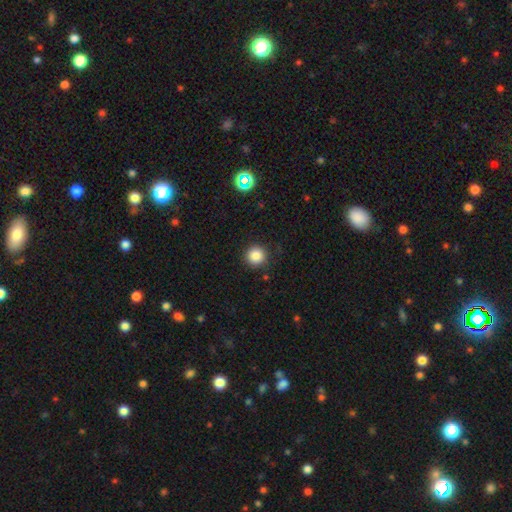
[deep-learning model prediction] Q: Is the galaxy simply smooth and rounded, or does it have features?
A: smooth — 85%.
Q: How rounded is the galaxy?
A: round — 95%.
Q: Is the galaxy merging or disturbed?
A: none — 89%.